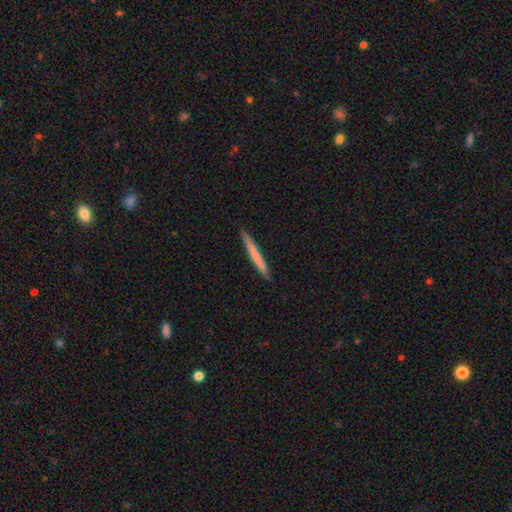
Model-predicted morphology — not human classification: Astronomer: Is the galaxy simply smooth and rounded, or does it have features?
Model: smooth — 65%.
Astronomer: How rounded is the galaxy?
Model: cigar-shaped — 97%.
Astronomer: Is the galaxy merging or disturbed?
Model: none — 91%.